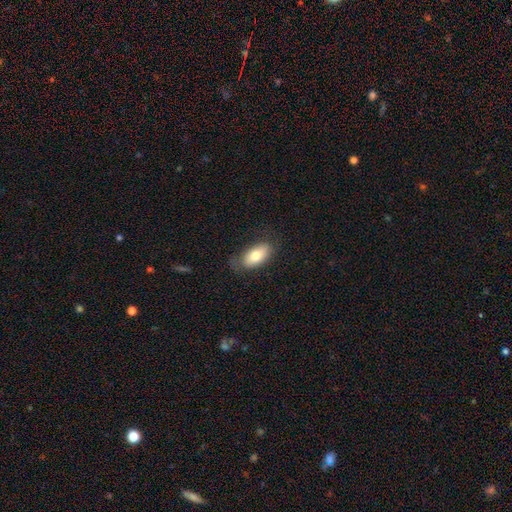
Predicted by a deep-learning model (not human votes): This is likely a smooth galaxy (74%). How rounded: clearly in between (91%). Merging: likely none (72%).